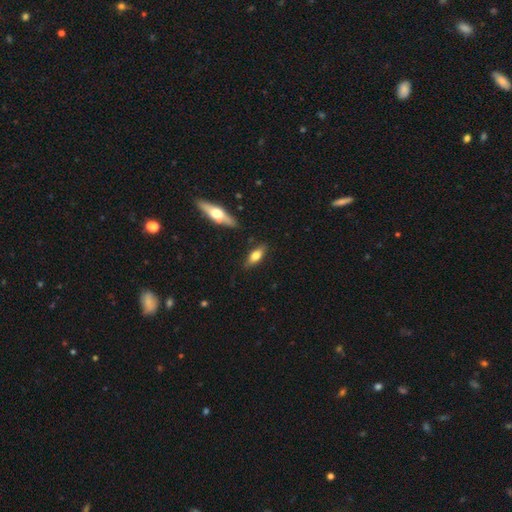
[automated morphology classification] Smooth or featured?
  - smooth: 67% *
  - featured or disk: 27%
  - star or artifact: 7%
How rounded?
  - in between: 69% *
  - cigar-shaped: 28%
  - round: 3%
Merging?
  - none: 81% *
  - minor disturbance: 13%
  - merger: 3%
  - major disturbance: 3%